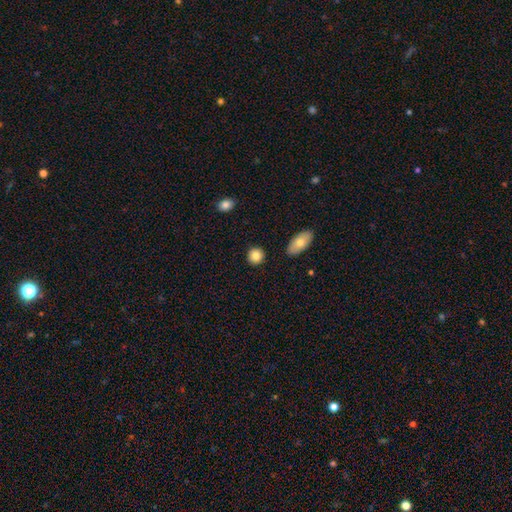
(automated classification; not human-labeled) Smooth or featured: smooth — 84% (star or artifact — 8%)
How rounded: round — 87% (in between — 12%)
Merging: none — 89% (minor disturbance — 7%)